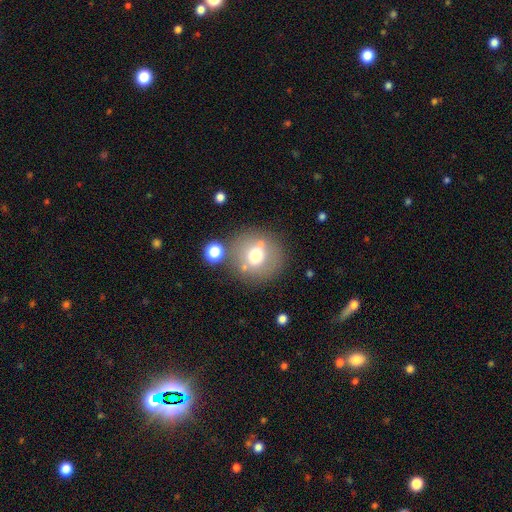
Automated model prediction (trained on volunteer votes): Smooth or featured? Predicted: smooth (p=0.63). How rounded? Predicted: round (p=0.91). Merging? Predicted: none (p=0.74).